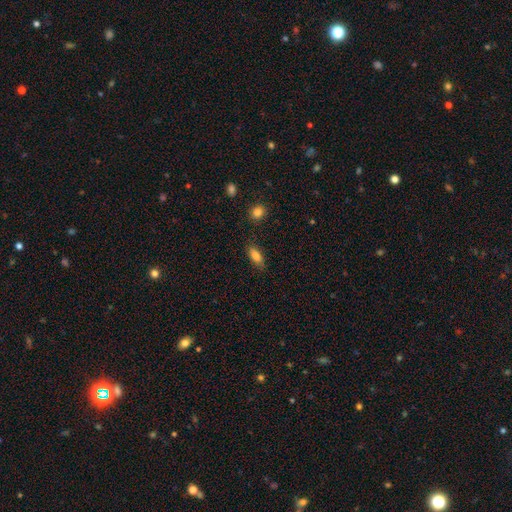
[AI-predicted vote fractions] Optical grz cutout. It shows a smooth galaxy with no disk features (82%) that is in between round and cigar-shaped (80%). Merging: none (80%).